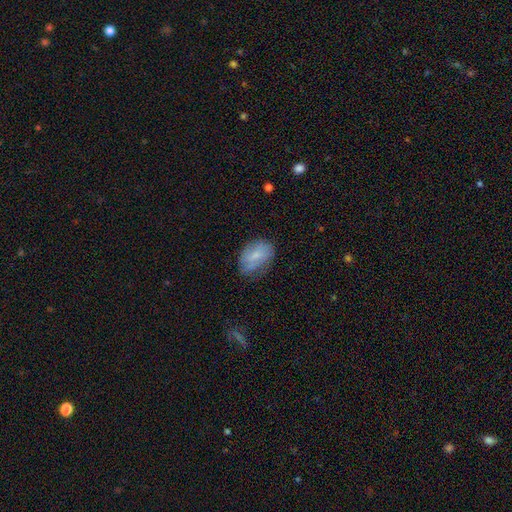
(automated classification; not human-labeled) Smooth or featured? smooth (67%)
How rounded? in between (85%)
Merging? none (56%)